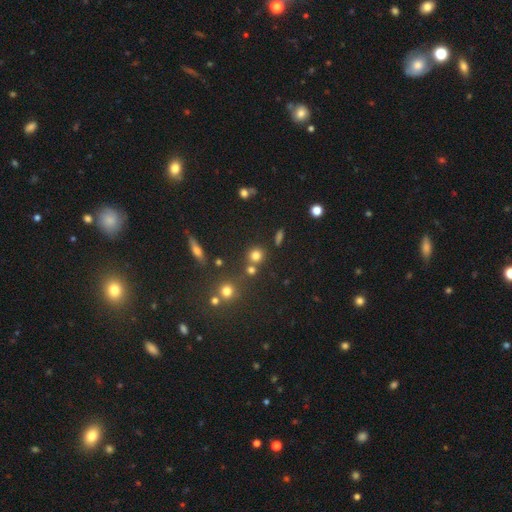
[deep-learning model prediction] smooth_or_featured: smooth (p=0.75) [alt: star or artifact p=0.17]
how_rounded: round (p=0.88) [alt: in between p=0.10]
merging: none (p=0.72) [alt: merger p=0.17]